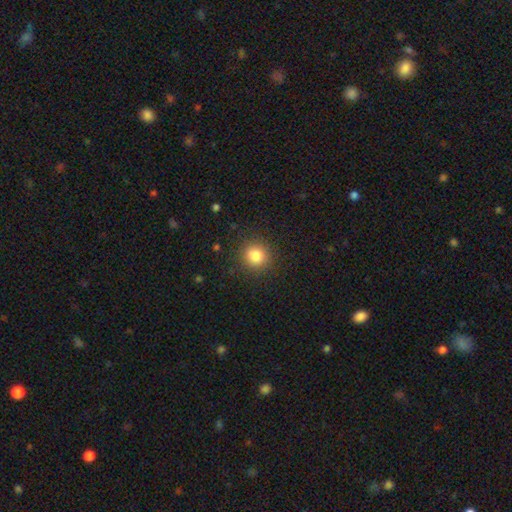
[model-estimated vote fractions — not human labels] A smooth galaxy with no disk features (82%) that is round (91%). Merging: none (89%).